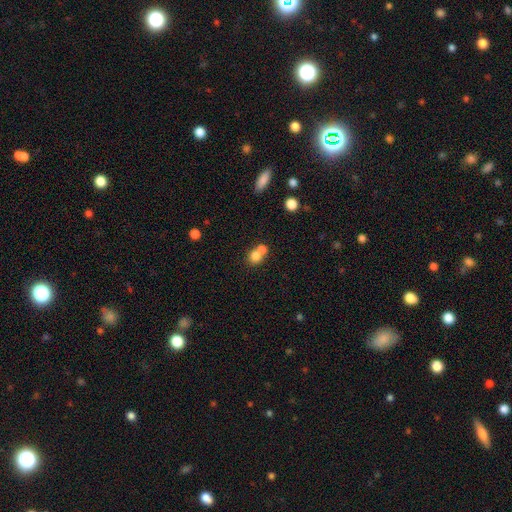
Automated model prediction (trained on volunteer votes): Smooth or featured? Predicted: smooth (p=0.77). How rounded? Predicted: round (p=0.76). Merging? Predicted: merger (p=0.57).